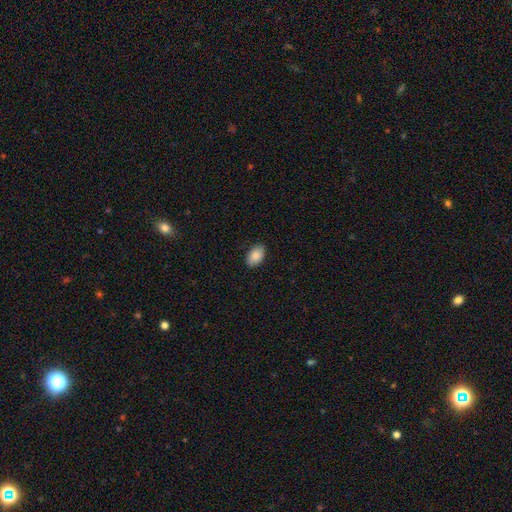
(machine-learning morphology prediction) smooth 89%, star or artifact 7%, featured or disk 5%. Down the decision tree: how rounded — in between (91%); merging — none (87%).